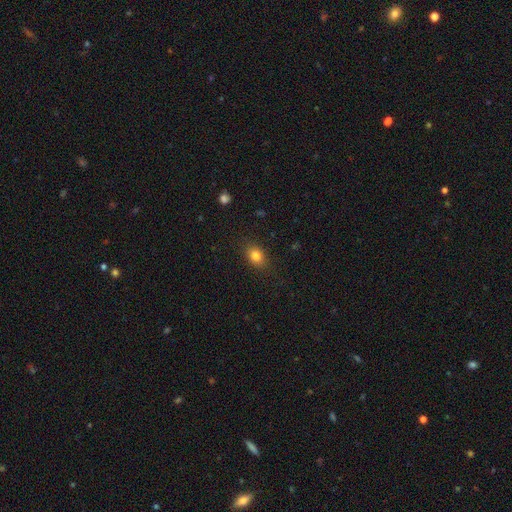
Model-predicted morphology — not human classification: Smooth or featured: smooth — 82% (star or artifact — 11%)
How rounded: in between — 64% (round — 35%)
Merging: none — 85% (minor disturbance — 11%)